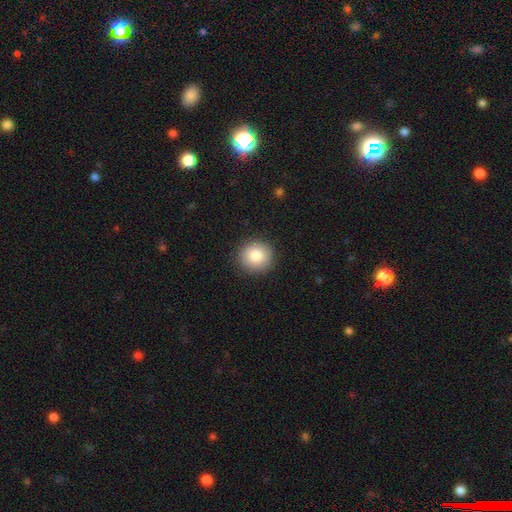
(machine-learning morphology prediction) Overall: smooth (84%). How rounded: round (92%). Merging: none (91%).